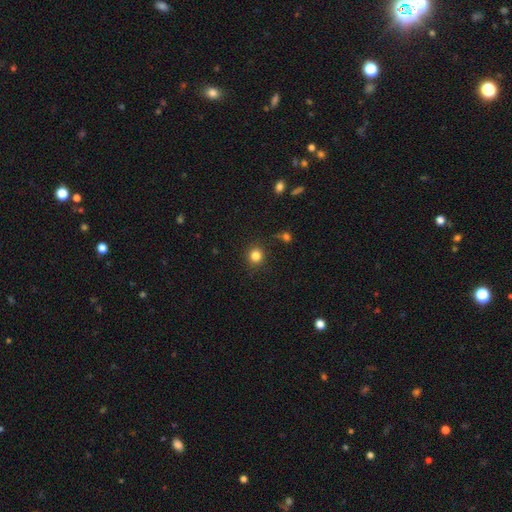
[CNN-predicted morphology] smooth 83%, star or artifact 12%, featured or disk 5%. Down the decision tree: how rounded — round (87%); merging — none (87%).